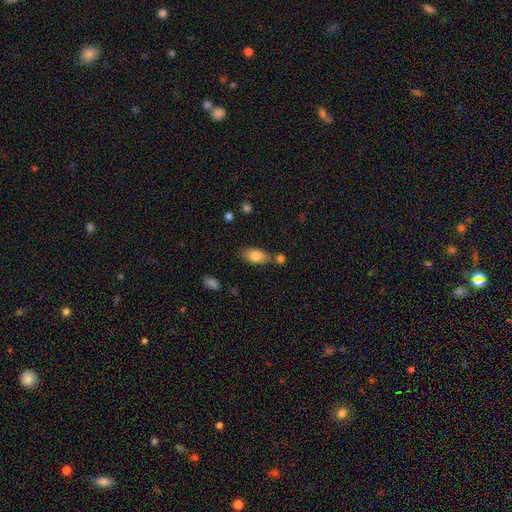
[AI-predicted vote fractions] smooth-or-featured: smooth: 81% | featured or disk: 12% | star or artifact: 7%
  how-rounded: in between: 90% | cigar-shaped: 6% | round: 4%
  merging: none: 65% | minor disturbance: 16% | merger: 15% | major disturbance: 4%